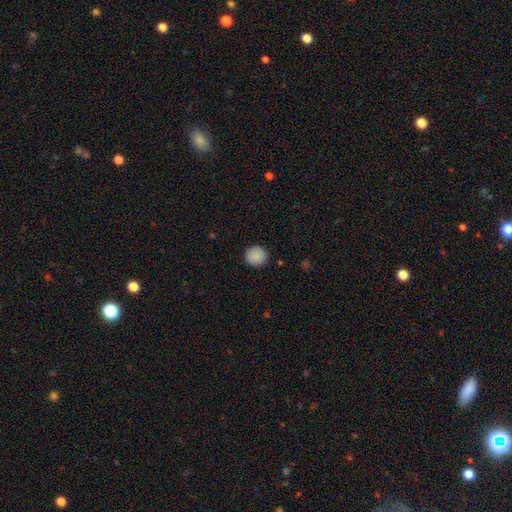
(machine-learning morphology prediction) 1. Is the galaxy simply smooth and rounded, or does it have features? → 88% smooth, 8% star or artifact, 4% featured or disk.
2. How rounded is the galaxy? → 92% round, 7% in between, 1% cigar-shaped.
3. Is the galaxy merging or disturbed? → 90% none, 7% minor disturbance, 2% major disturbance, 1% merger.